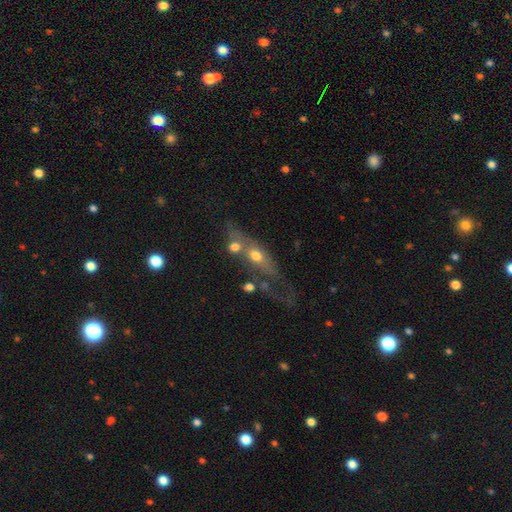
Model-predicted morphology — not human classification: This is possibly a featured or disk galaxy (45%). Merging: marginally merger (42%).